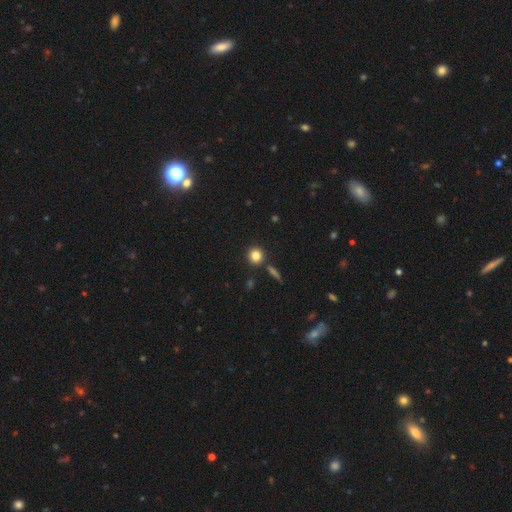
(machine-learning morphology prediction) A smooth galaxy with no disk features (82%) that is round (90%).

Vote fractions:
- Smooth or featured? smooth: 82% / star or artifact: 11% / featured or disk: 7%
- How rounded? round: 90% / in between: 9% / cigar-shaped: 1%
- Merging? none: 84% / minor disturbance: 7% / merger: 7% / major disturbance: 2%